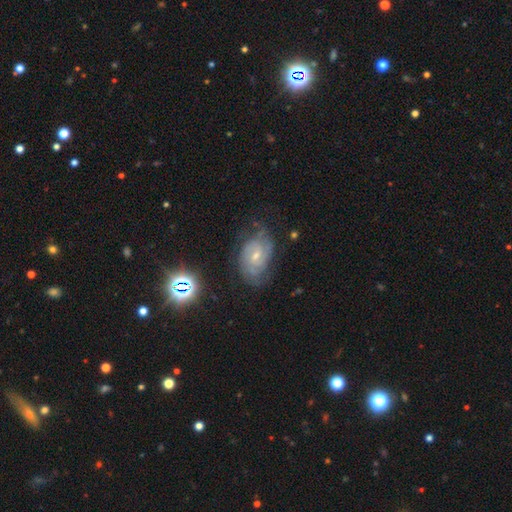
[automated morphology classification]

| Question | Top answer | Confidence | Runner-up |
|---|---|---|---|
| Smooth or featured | featured or disk | 76% | smooth (14%) |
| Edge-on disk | no | 97% | yes (3%) |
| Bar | weak | 49% | no (42%) |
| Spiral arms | yes | 93% | no (7%) |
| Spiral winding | tight | 54% | medium (36%) |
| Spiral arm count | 2 | 41% | can't tell (34%) |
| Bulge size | small | 57% | moderate (37%) |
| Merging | none | 62% | minor disturbance (25%) |